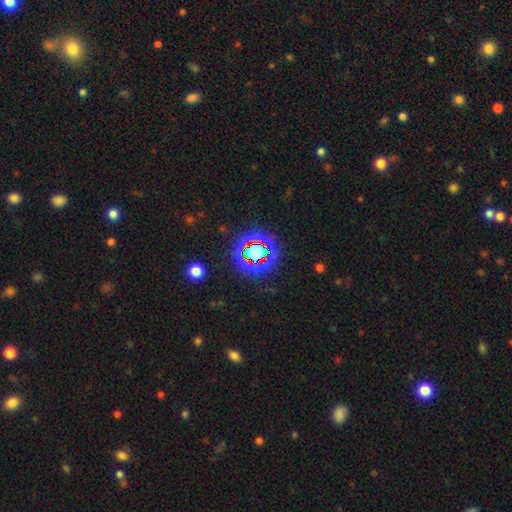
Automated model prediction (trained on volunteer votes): A star or artifact, not a galaxy (73%).